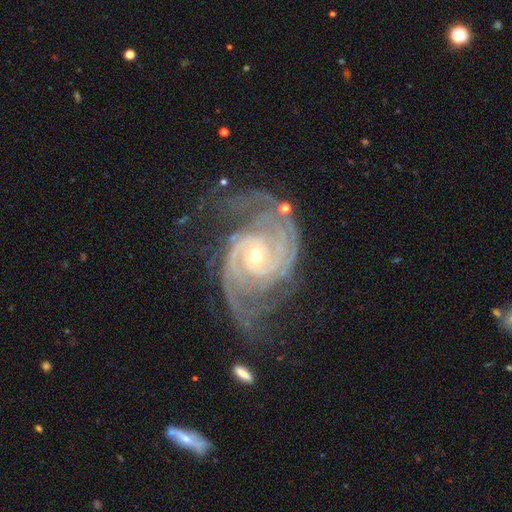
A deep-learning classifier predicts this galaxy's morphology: Smooth or featured?
  - featured or disk: 92% *
  - star or artifact: 5%
  - smooth: 3%
Edge-on disk?
  - no: 97% *
  - yes: 3%
Bar?
  - no: 64% *
  - weak: 26%
  - strong: 10%
Spiral arms?
  - yes: 98% *
  - no: 2%
Spiral winding?
  - tight: 62% *
  - medium: 31%
  - loose: 7%
Spiral arm count?
  - 2: 54% *
  - 3: 16%
  - can't tell: 11%
  - 4: 8%
  - more than 4: 6%
  - 1: 5%
Bulge size?
  - small: 50% *
  - moderate: 47%
  - large: 2%
  - none: 1%
  - dominant: 1%
Merging?
  - none: 60% *
  - minor disturbance: 21%
  - major disturbance: 16%
  - merger: 3%